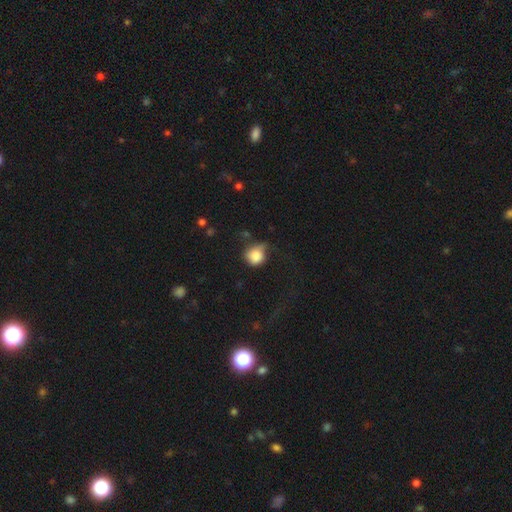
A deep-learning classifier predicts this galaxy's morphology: A smooth galaxy with no disk features (83%) that is round (79%). Merging: none (36%).